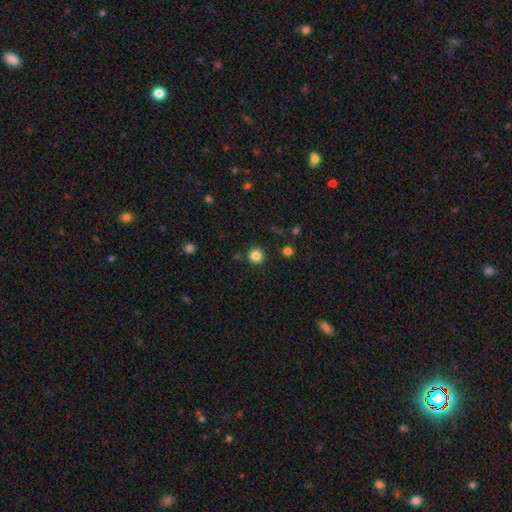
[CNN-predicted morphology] Overall: smooth (84%). How rounded: round (95%). Merging: none (90%).